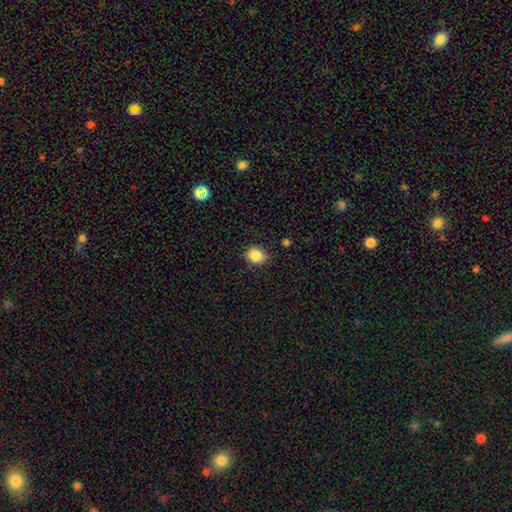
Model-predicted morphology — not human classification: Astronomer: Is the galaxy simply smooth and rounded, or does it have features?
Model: smooth — 85%.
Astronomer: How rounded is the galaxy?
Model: round — 68%.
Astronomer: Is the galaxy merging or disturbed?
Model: none — 80%.